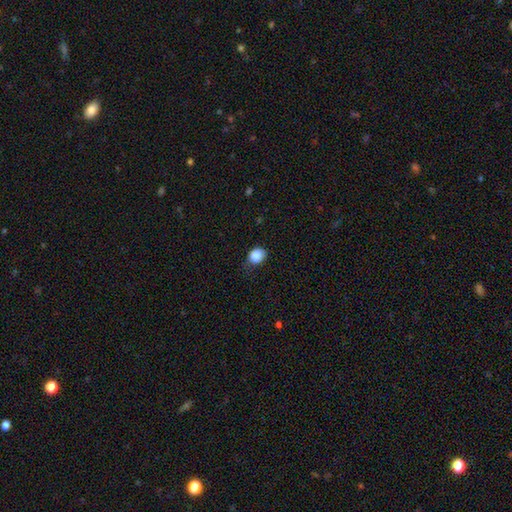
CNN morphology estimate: Overall: smooth (84%). How rounded: round (56%; in between 43%). Merging: none (55%; minor disturbance 34%).